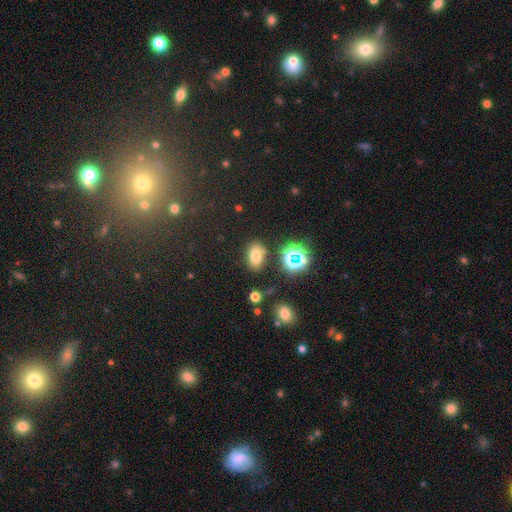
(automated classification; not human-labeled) Smooth or featured?
  - smooth: 68% *
  - star or artifact: 23%
  - featured or disk: 9%
How rounded?
  - in between: 83% *
  - round: 15%
  - cigar-shaped: 2%
Merging?
  - none: 79% *
  - minor disturbance: 12%
  - merger: 5%
  - major disturbance: 4%